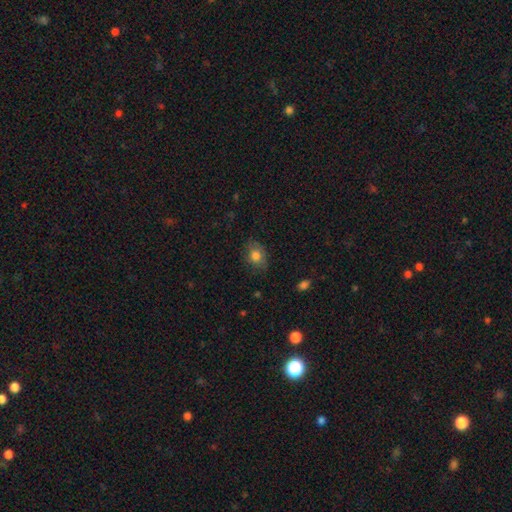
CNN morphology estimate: Smooth or featured? Predicted: smooth (p=0.78). How rounded? Predicted: in between (p=0.60). Merging? Predicted: none (p=0.74).